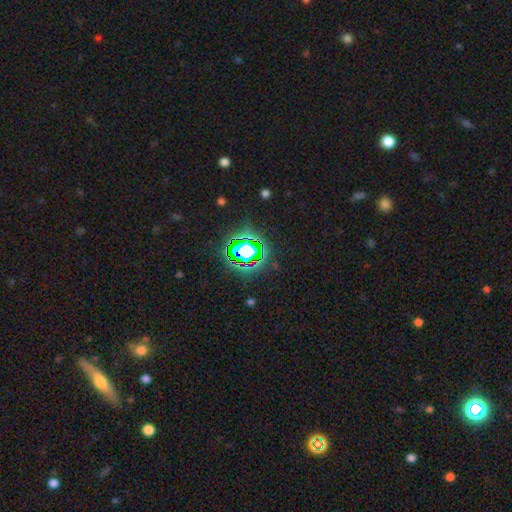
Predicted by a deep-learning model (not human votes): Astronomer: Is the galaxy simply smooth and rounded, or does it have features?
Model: star or artifact — 76%.